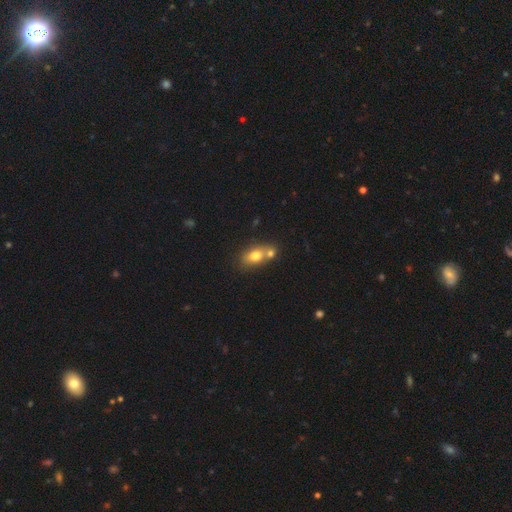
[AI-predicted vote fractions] Overall: smooth (74%). How rounded: in between (73%). Merging: merger (46%; none 39%).